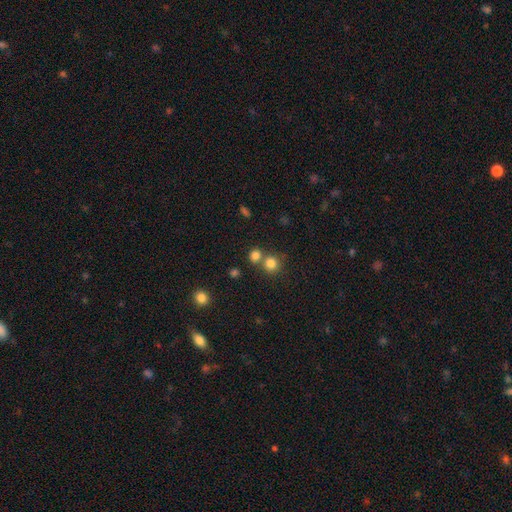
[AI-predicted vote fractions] smooth-or-featured: smooth: 80% | star or artifact: 14% | featured or disk: 6%
  how-rounded: round: 83% | in between: 15% | cigar-shaped: 1%
  merging: none: 58% | merger: 32% | minor disturbance: 7% | major disturbance: 3%